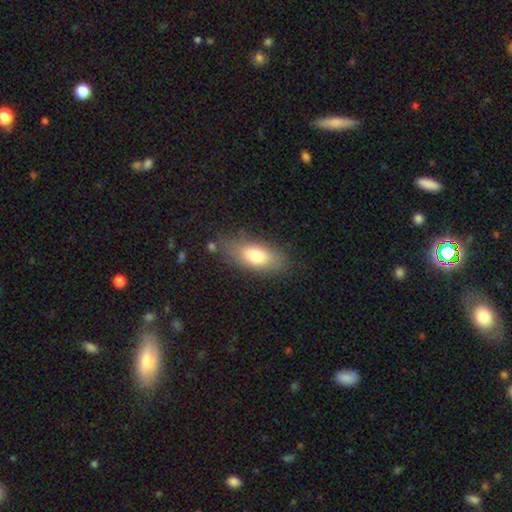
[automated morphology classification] The model was most divided on "smooth or featured": smooth: 75%, featured or disk: 17%, star or artifact: 8%. More confident: how rounded — in between (84%); merging — none (75%).